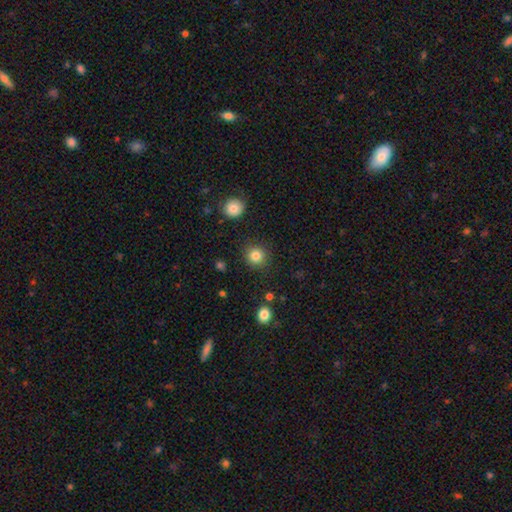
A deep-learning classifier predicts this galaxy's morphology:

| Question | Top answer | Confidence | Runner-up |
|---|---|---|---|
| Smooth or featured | smooth | 83% | star or artifact (11%) |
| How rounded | round | 93% | in between (6%) |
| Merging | none | 89% | minor disturbance (7%) |